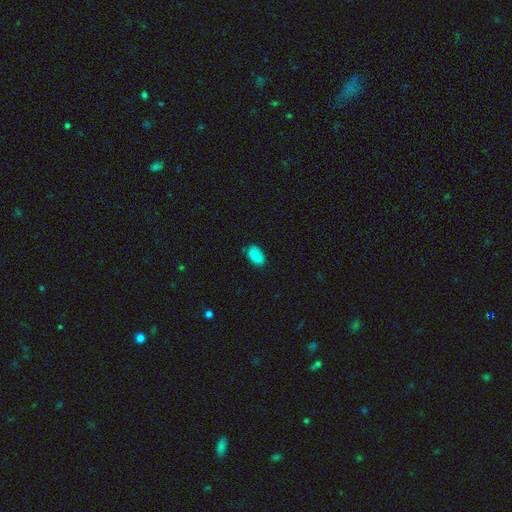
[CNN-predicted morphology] type=smooth (87%); roundness=in between (92%); merging=none (76%).